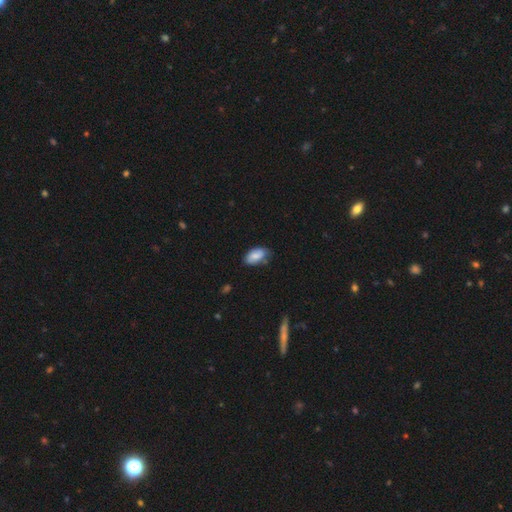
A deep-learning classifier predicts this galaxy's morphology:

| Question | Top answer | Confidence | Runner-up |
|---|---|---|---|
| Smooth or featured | smooth | 80% | featured or disk (13%) |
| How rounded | in between | 94% | round (4%) |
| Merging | none | 64% | minor disturbance (29%) |